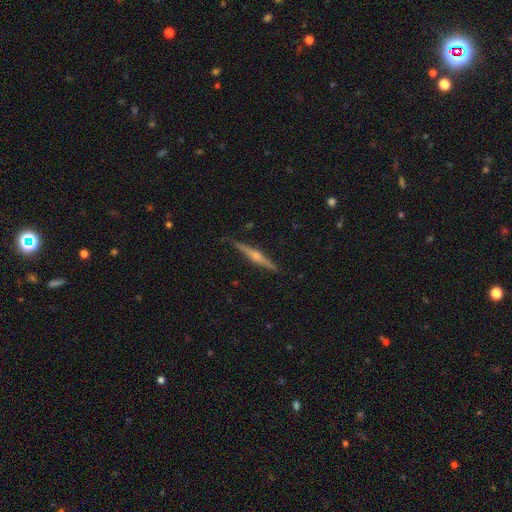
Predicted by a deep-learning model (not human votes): smooth-or-featured: featured or disk: 79% | smooth: 15% | star or artifact: 6%
  disk-edge-on: yes: 98% | no: 2%
    edge-on-bulge: rounded: 89% | none: 6% | boxy: 6%
  merging: none: 90% | minor disturbance: 7% | major disturbance: 1% | merger: 1%